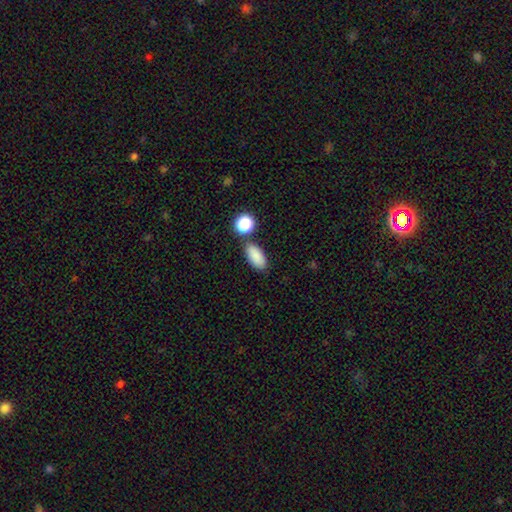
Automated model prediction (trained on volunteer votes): Smooth or featured? Predicted: smooth (p=0.87). How rounded? Predicted: in between (p=0.90). Merging? Predicted: none (p=0.77).